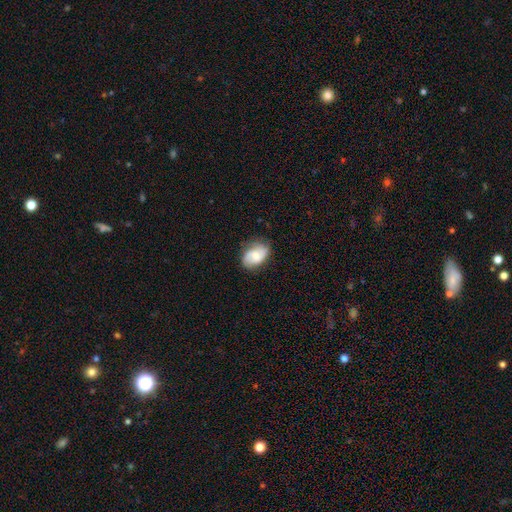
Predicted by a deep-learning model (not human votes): smooth 53%, featured or disk 39%, star or artifact 8%. Down the decision tree: how rounded — in between (82%); merging — none (74%).